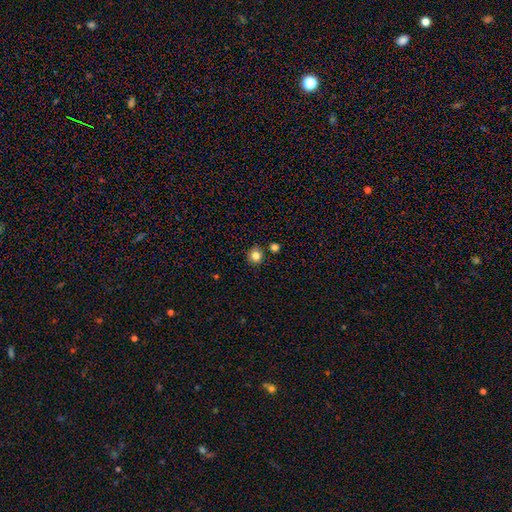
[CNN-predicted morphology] smooth 82%, star or artifact 12%, featured or disk 6%. Down the decision tree: how rounded — round (88%); merging — none (86%).